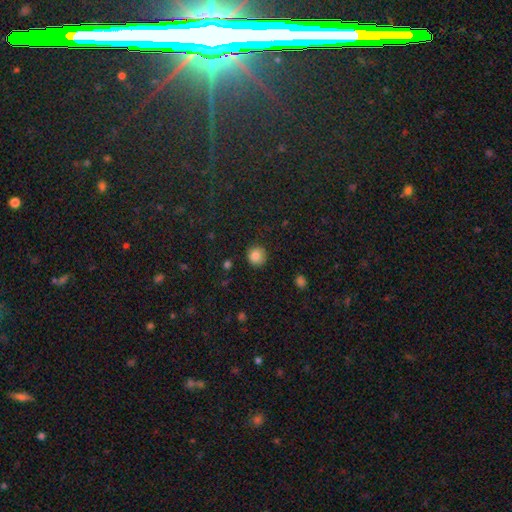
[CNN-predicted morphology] A smooth galaxy with no disk features (85%) that is round (92%).

Vote fractions:
- Smooth or featured? smooth: 85% / star or artifact: 10% / featured or disk: 5%
- How rounded? round: 92% / in between: 7% / cigar-shaped: 1%
- Merging? none: 88% / minor disturbance: 9% / major disturbance: 3% / merger: 1%